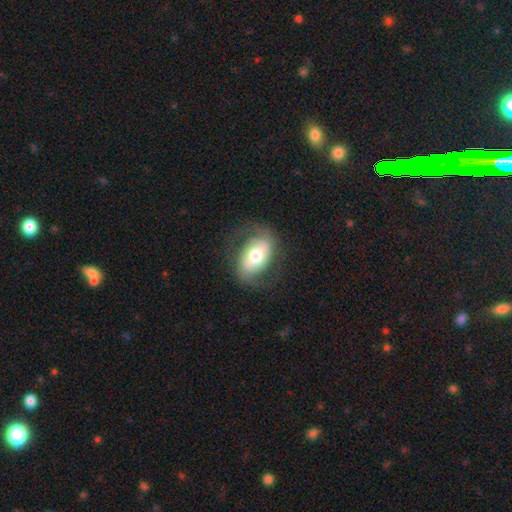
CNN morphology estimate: This is possibly a featured or disk galaxy (54%). It is clearly not viewed edge-on (93%). Merging: likely none (73%).